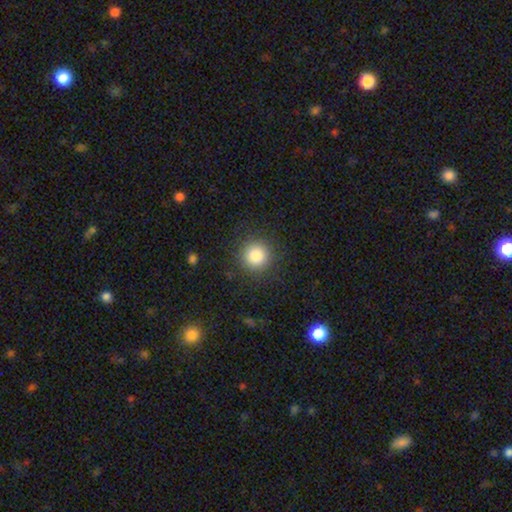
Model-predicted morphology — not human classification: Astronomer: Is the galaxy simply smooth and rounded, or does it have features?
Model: smooth — 84%.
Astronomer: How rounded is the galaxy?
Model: round — 94%.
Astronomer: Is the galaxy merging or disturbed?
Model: none — 90%.